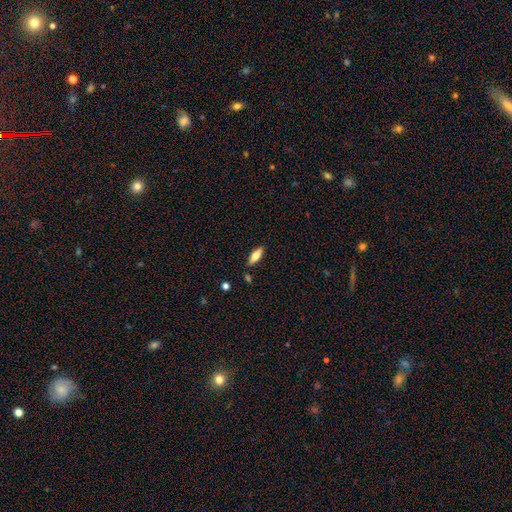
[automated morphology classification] type=smooth (63%); roundness=in between (62%); merging=none (85%).